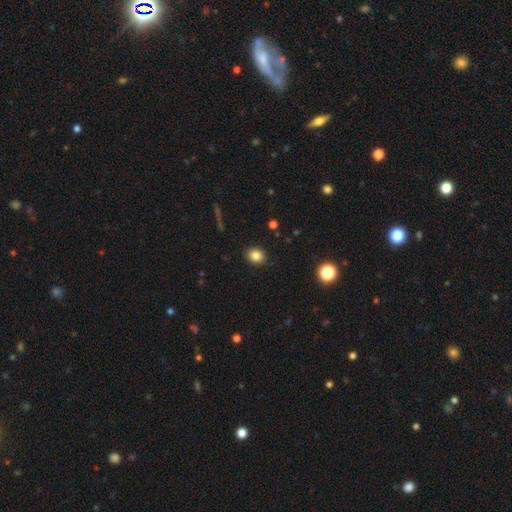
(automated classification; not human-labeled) smooth-or-featured: smooth: 83% | star or artifact: 11% | featured or disk: 6%
  how-rounded: round: 55% | in between: 44% | cigar-shaped: 1%
  merging: none: 90% | minor disturbance: 7% | major disturbance: 2% | merger: 1%